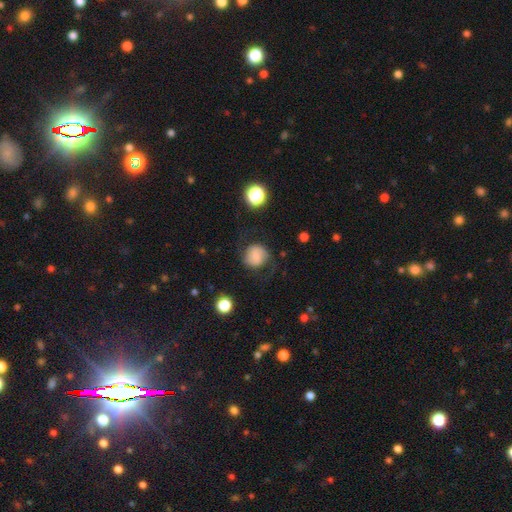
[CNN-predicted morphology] Smooth or featured? smooth (67%)
How rounded? round (85%)
Merging? none (65%)